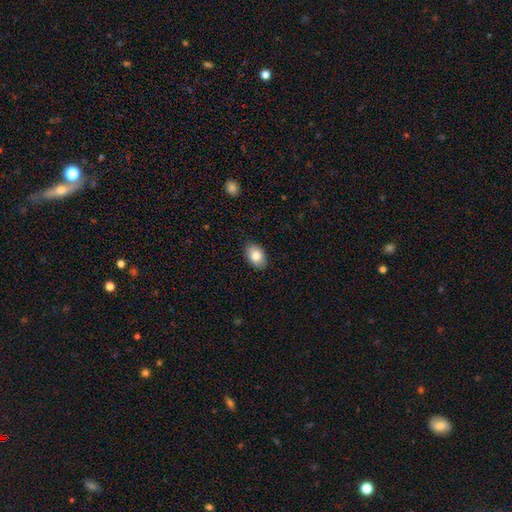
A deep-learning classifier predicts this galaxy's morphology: This is clearly a smooth galaxy (84%). How rounded: clearly in between (88%). Merging: clearly none (89%).